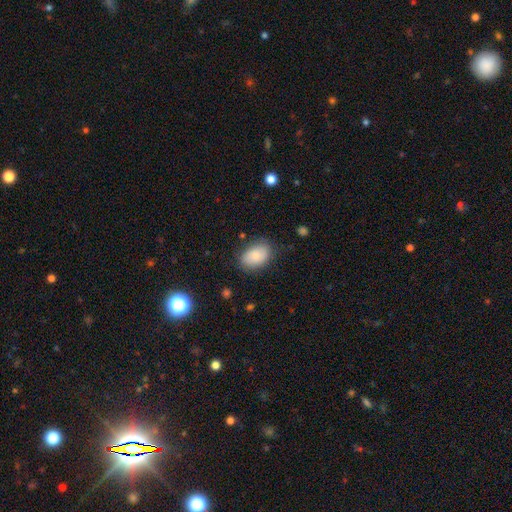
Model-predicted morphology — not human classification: A smooth galaxy with no disk features (84%) that is in between round and cigar-shaped (86%). Merging: none (77%).